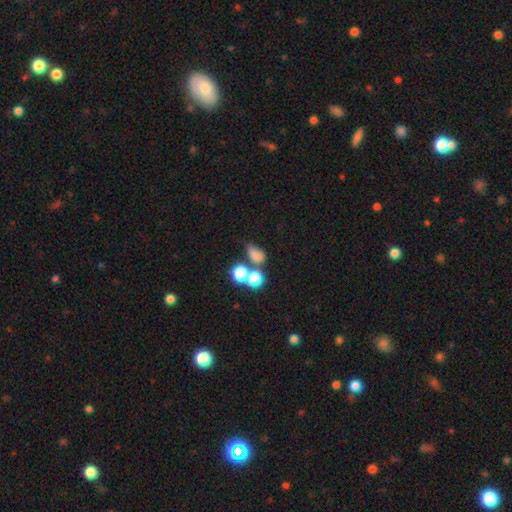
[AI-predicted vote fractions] smooth_or_featured: smooth (p=0.70) [alt: star or artifact p=0.18]
how_rounded: in between (p=0.52) [alt: round p=0.45]
merging: merger (p=0.41) [alt: none p=0.37]